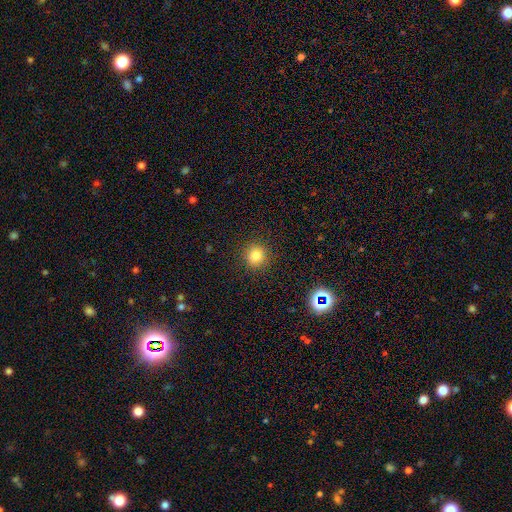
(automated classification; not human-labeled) This appears to be a smooth galaxy with no disk features (80%) that is round (93%). Merging: none (91%).